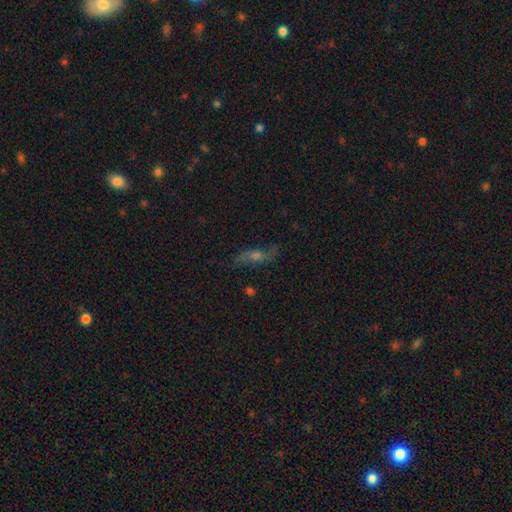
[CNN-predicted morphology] This appears to be a featured or disk galaxy (59%). Merging: none (72%).